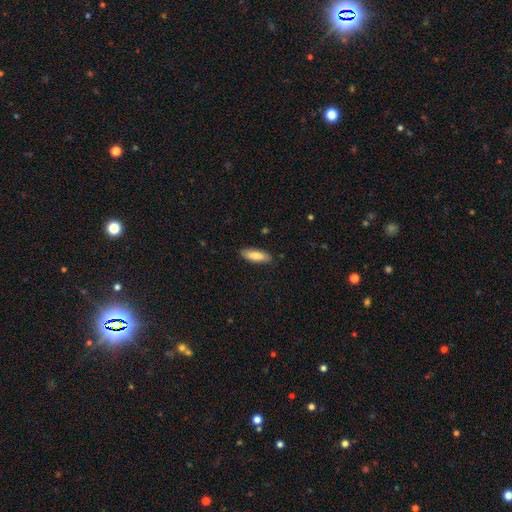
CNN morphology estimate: The model was most divided on "how rounded": in between: 59%, cigar-shaped: 39%, round: 2%. More confident: merging — none (86%); smooth or featured — smooth (80%).